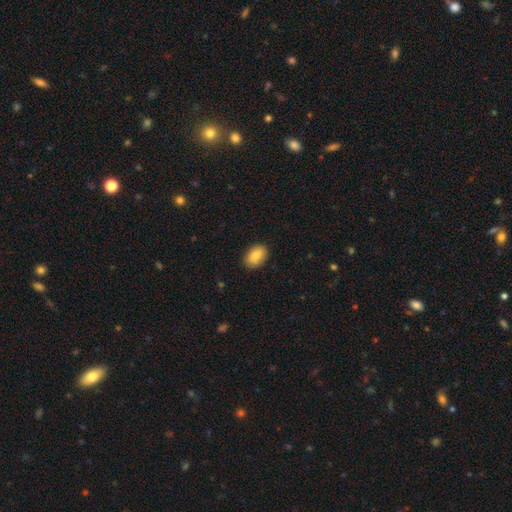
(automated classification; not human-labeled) smooth-or-featured: smooth: 85% | featured or disk: 8% | star or artifact: 7%
  how-rounded: in between: 86% | round: 13% | cigar-shaped: 1%
  merging: none: 87% | minor disturbance: 10% | major disturbance: 2% | merger: 1%